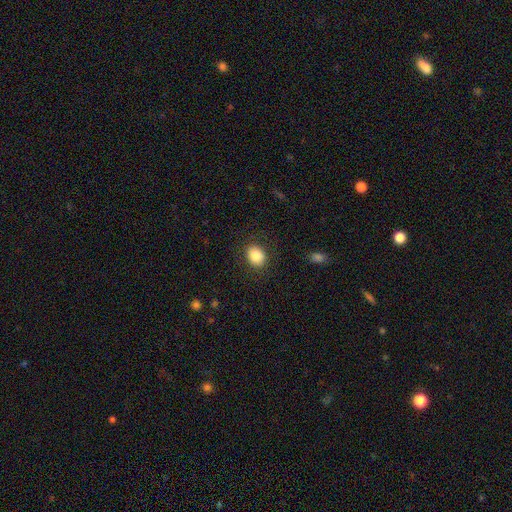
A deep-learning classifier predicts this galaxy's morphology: Q: Smooth or featured?
A: smooth (85%); runner-up: star or artifact (9%)
Q: How rounded?
A: round (51%); runner-up: in between (48%)
Q: Merging?
A: none (86%); runner-up: minor disturbance (10%)